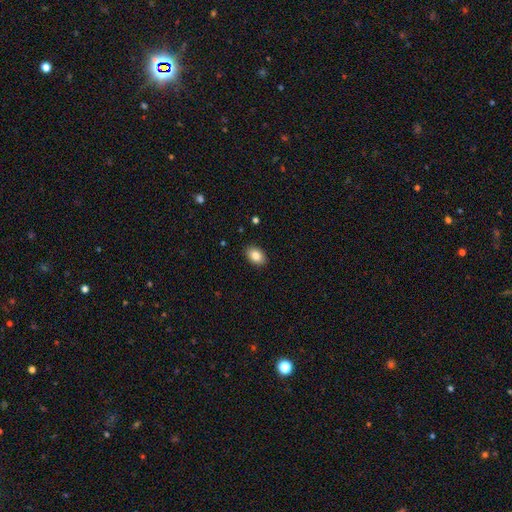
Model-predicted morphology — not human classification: smooth_or_featured: smooth (p=0.85) [alt: star or artifact p=0.08]
how_rounded: in between (p=0.84) [alt: round p=0.15]
merging: none (p=0.90) [alt: minor disturbance p=0.08]